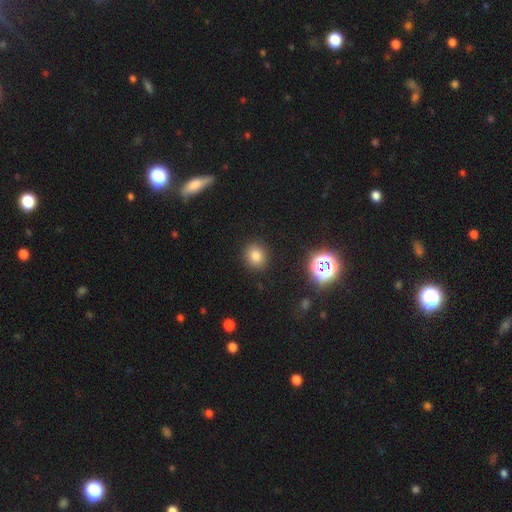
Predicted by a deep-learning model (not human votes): smooth 79%, star or artifact 16%, featured or disk 6%. Down the decision tree: how rounded — round (81%); merging — none (90%).